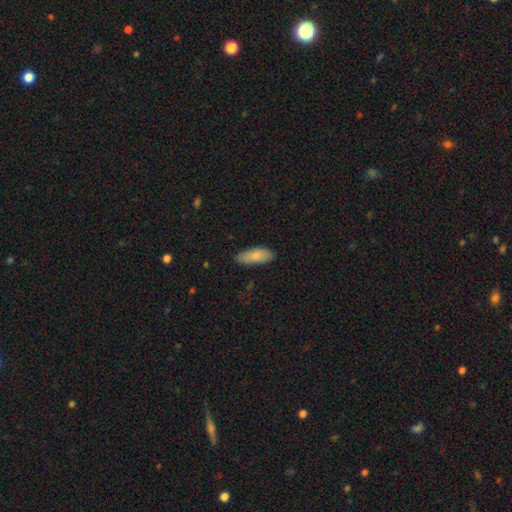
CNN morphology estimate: smooth 84%, featured or disk 10%, star or artifact 6%. Down the decision tree: how rounded — in between (73%); merging — none (82%).